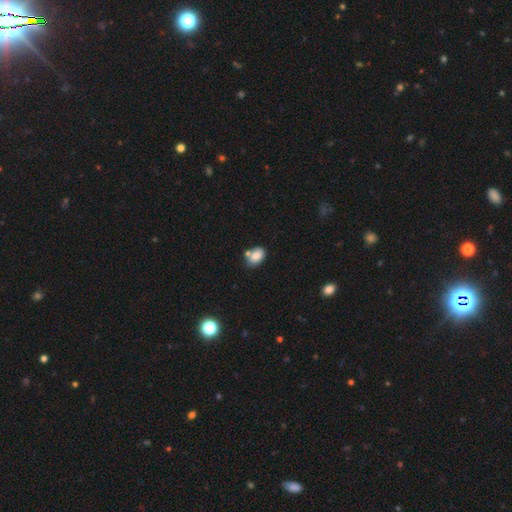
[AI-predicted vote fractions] This appears to be a smooth galaxy with no disk features (79%) that is in between round and cigar-shaped (82%). Merging: none (55%).